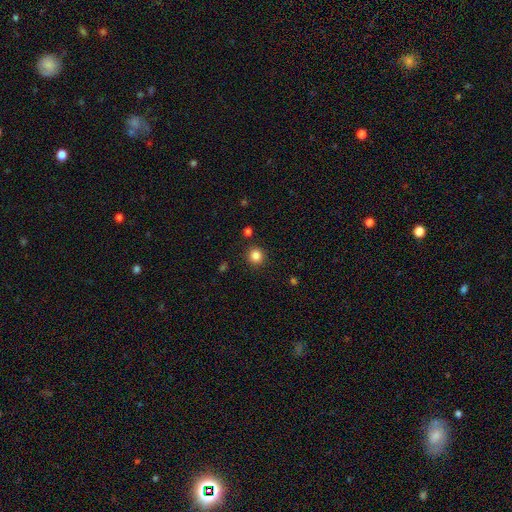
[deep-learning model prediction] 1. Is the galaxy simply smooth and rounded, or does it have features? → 84% smooth, 12% star or artifact, 4% featured or disk.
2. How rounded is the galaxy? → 93% round, 6% in between, 1% cigar-shaped.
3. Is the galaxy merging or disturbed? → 90% none, 5% minor disturbance, 2% merger, 2% major disturbance.